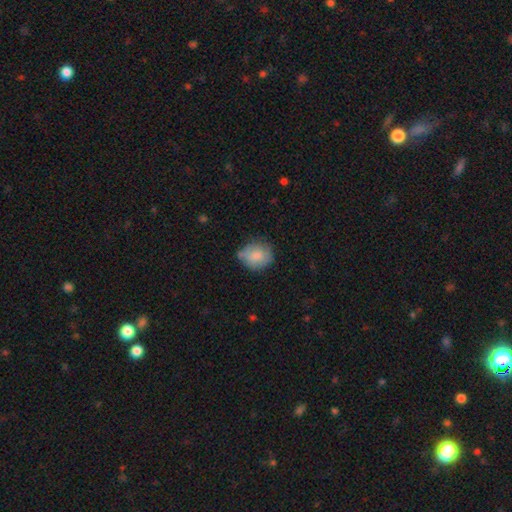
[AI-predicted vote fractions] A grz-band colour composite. It shows a smooth galaxy with no disk features (77%) that is round (72%). Merging: none (56%).